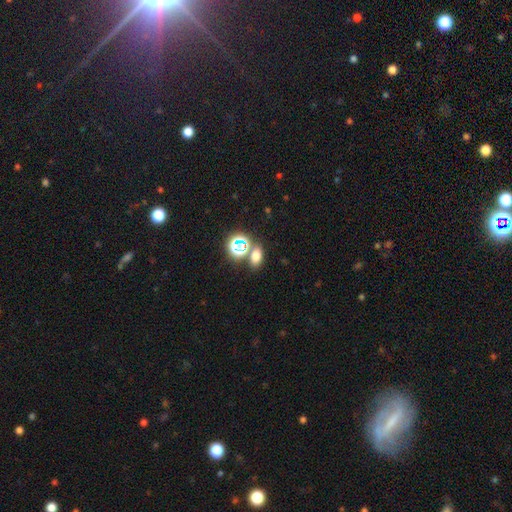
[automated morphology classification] type=smooth (64%); roundness=in between (71%); merging=none (67%).